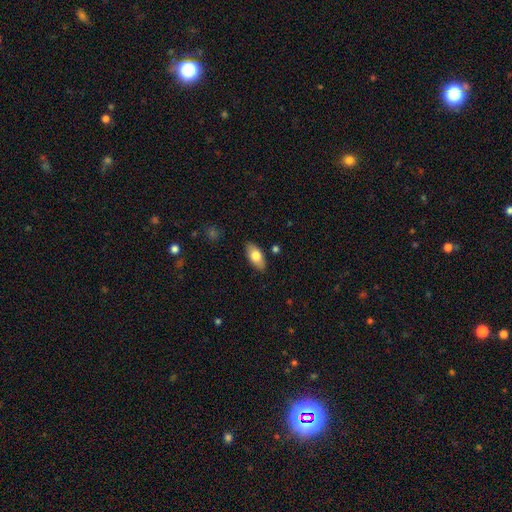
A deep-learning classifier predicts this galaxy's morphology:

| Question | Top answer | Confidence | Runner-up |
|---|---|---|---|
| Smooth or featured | smooth | 76% | featured or disk (18%) |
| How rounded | in between | 90% | cigar-shaped (7%) |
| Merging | none | 87% | minor disturbance (10%) |